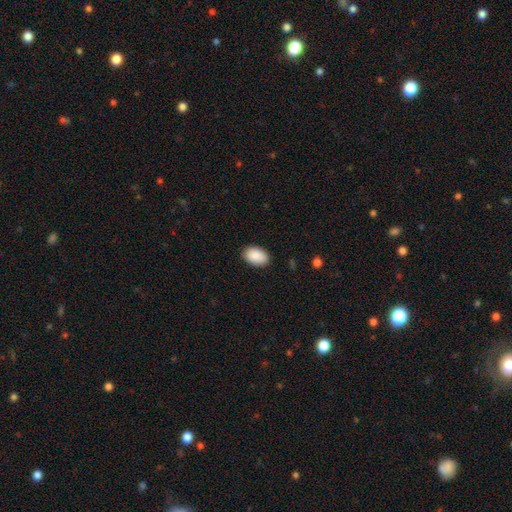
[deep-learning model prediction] Smooth or featured? Predicted: smooth (p=0.90). How rounded? Predicted: in between (p=0.89). Merging? Predicted: none (p=0.88).